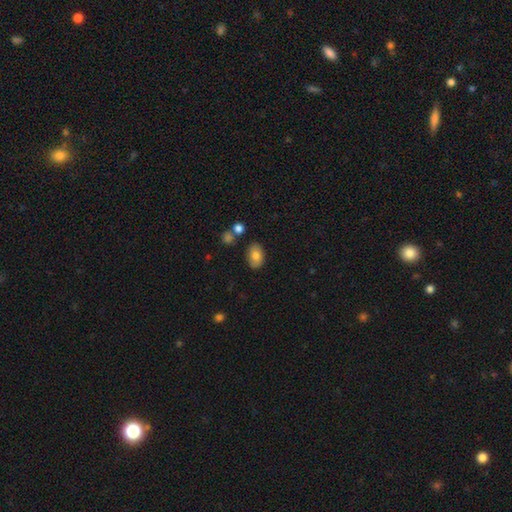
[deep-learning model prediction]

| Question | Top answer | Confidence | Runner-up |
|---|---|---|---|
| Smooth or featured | smooth | 80% | featured or disk (12%) |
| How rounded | in between | 88% | round (11%) |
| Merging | none | 80% | minor disturbance (12%) |